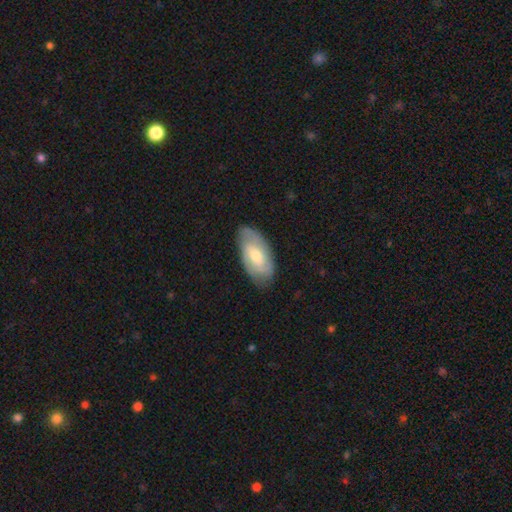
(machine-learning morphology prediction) A featured or disk galaxy (56%) with no bar (58%), spiral arms (78%) and a moderate central bulge (66%).

Vote fractions:
- Smooth or featured? featured or disk: 56% / smooth: 39% / star or artifact: 6%
- Edge-on disk? no: 91% / yes: 9%
- Bar? no: 58% / weak: 34% / strong: 8%
- Spiral arms? yes: 78% / no: 22%
- Bulge size? moderate: 66% / small: 26% / large: 6% / none: 1% / dominant: 1%
- Merging? none: 76% / minor disturbance: 19% / major disturbance: 4% / merger: 1%